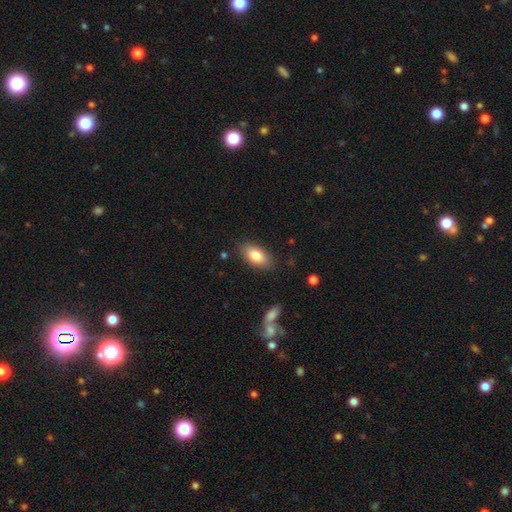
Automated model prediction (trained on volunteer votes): A smooth galaxy with no disk features (81%) that is in between round and cigar-shaped (90%). Merging: none (84%).